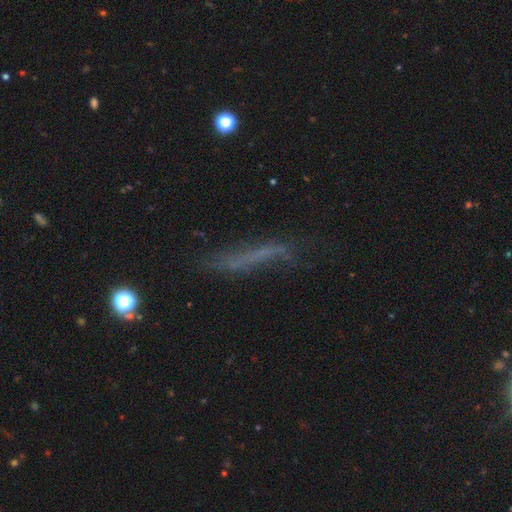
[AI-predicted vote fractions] A featured or disk galaxy (43%).

Vote fractions:
- Smooth or featured? featured or disk: 43% / smooth: 41% / star or artifact: 16%
- Merging? none: 52% / minor disturbance: 26% / major disturbance: 18% / merger: 4%